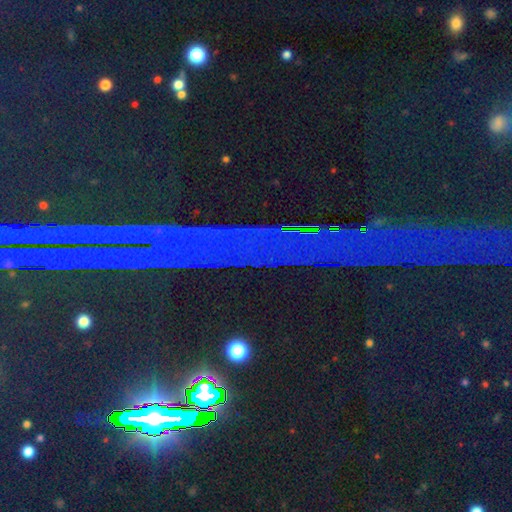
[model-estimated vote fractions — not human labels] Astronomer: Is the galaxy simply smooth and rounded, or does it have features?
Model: star or artifact — 85%.